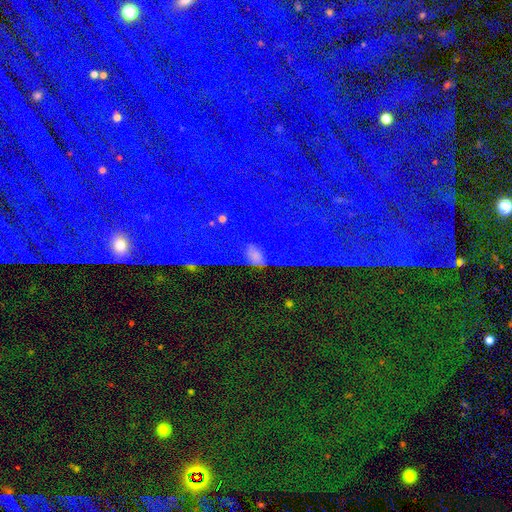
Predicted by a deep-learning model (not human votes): This is possibly a star or artifact rather than a galaxy (54%).